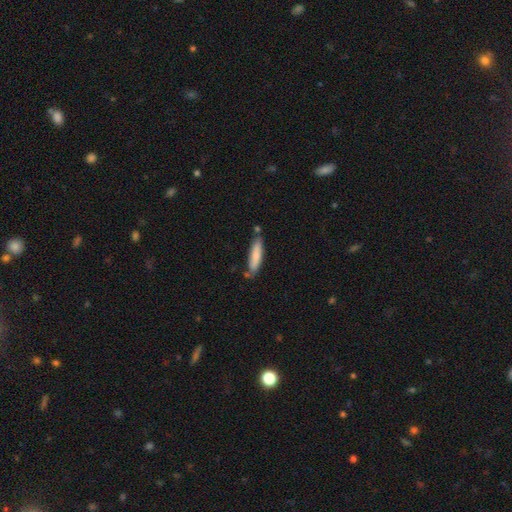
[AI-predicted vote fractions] Smooth or featured? smooth (78%)
How rounded? cigar-shaped (80%)
Merging? none (71%)